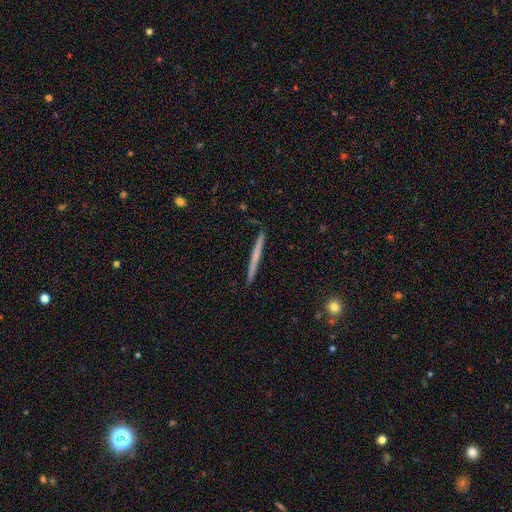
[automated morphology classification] Smooth or featured?
  - smooth: 47% * (tied)
  - featured or disk: 47% * (tied)
  - star or artifact: 6%
Merging?
  - none: 92% *
  - minor disturbance: 5%
  - major disturbance: 1%
  - merger: 1%